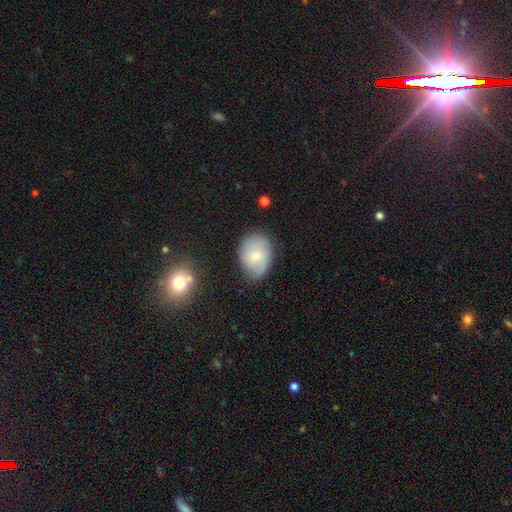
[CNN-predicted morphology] A smooth galaxy with no disk features (62%) that is in between round and cigar-shaped (65%). Merging: none (69%).